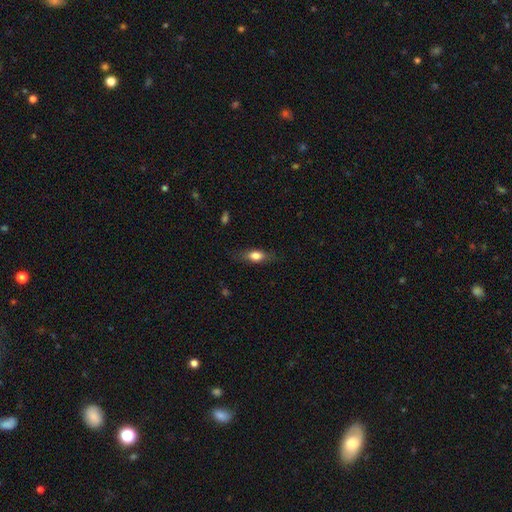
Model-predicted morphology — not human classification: Smooth or featured?
  - smooth: 73% *
  - featured or disk: 19%
  - star or artifact: 8%
How rounded?
  - in between: 69% *
  - cigar-shaped: 26%
  - round: 6%
Merging?
  - none: 77% *
  - minor disturbance: 16%
  - major disturbance: 5%
  - merger: 1%